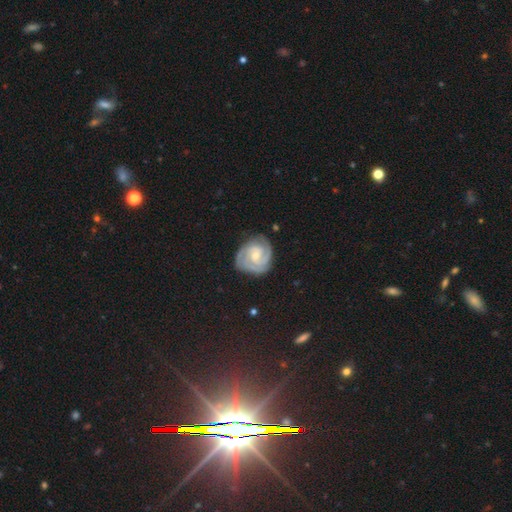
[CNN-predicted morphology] This appears to be a featured or disk galaxy (87%) with no bar (49%), 3 (38%) tight (70%) spiral arms (98%) and a small central bulge (56%). Merging: none (77%).